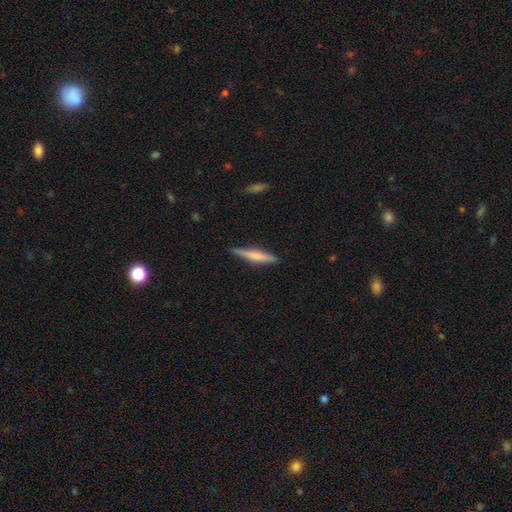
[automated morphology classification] Q: Smooth or featured?
A: smooth (56%); runner-up: featured or disk (38%)
Q: How rounded?
A: cigar-shaped (91%); runner-up: in between (7%)
Q: Merging?
A: none (86%); runner-up: minor disturbance (11%)